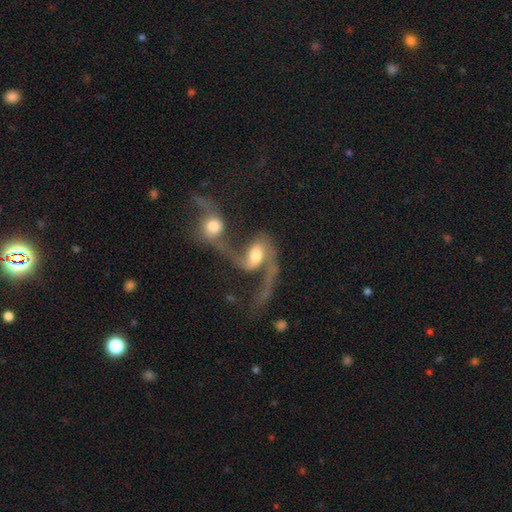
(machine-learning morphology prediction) type=featured or disk (72%); edge-on=no (95%); bar=no (44%); spiral arms=yes (86%); winding=loose (77%); arm count=2 (68%); bulge=moderate (58%); merging=merger (74%).